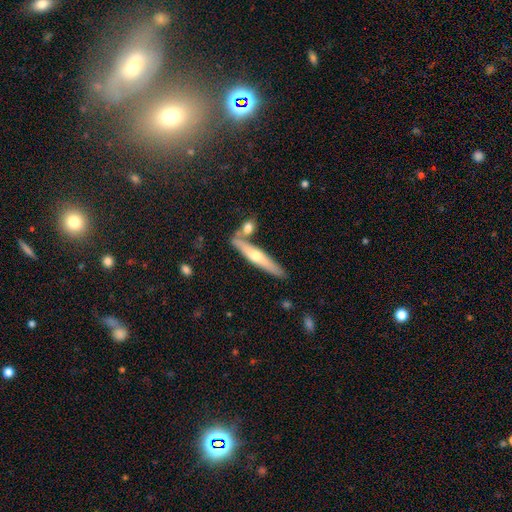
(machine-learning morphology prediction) This appears to be a featured or disk galaxy (55%) viewed edge-on (93%) with a rounded central bulge (84%). Merging: none (74%).